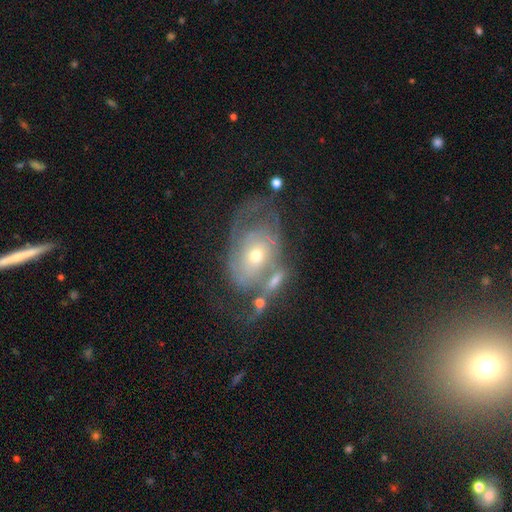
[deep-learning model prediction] Q: Smooth or featured?
A: featured or disk (75%); runner-up: smooth (17%)
Q: Edge-on disk?
A: no (95%); runner-up: yes (5%)
Q: Bar?
A: no (76%); runner-up: weak (18%)
Q: Spiral arms?
A: yes (76%); runner-up: no (24%)
Q: Spiral winding?
A: tight (50%); runner-up: medium (33%)
Q: Spiral arm count?
A: 2 (43%); runner-up: can't tell (37%)
Q: Bulge size?
A: small (52%); runner-up: moderate (44%)
Q: Merging?
A: none (33%); runner-up: major disturbance (27%)